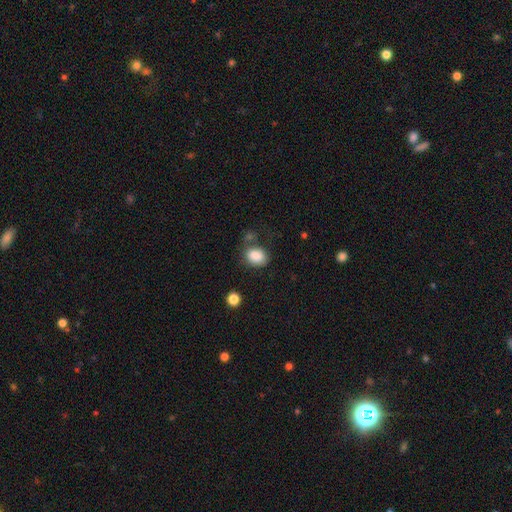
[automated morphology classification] This appears to be a smooth galaxy with no disk features (87%) that is in between round and cigar-shaped (62%). Merging: none (63%).